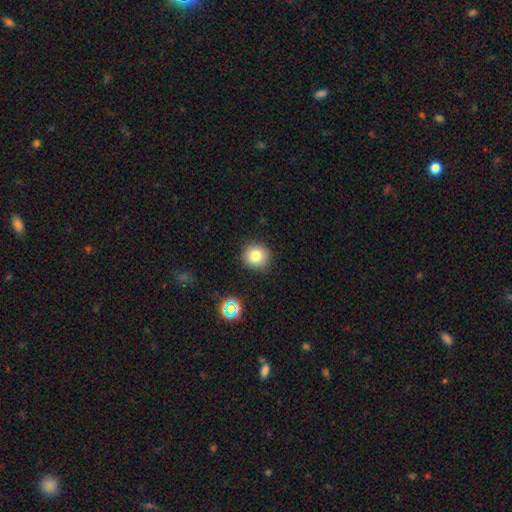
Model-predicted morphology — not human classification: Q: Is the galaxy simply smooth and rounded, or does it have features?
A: smooth — 79%.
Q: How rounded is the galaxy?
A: round — 89%.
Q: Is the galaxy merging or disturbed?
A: none — 89%.